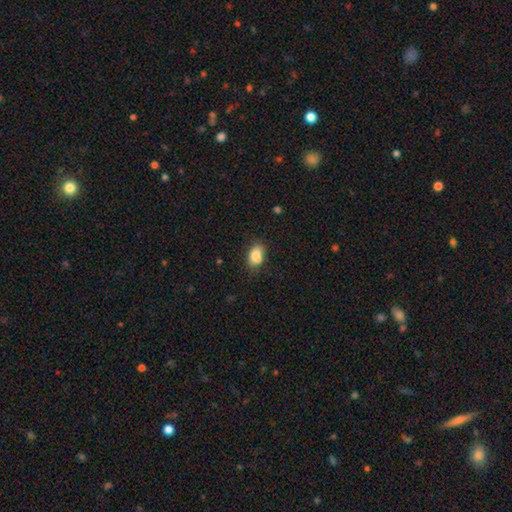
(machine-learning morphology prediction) Overall: smooth (84%). How rounded: in between (84%). Merging: none (69%).